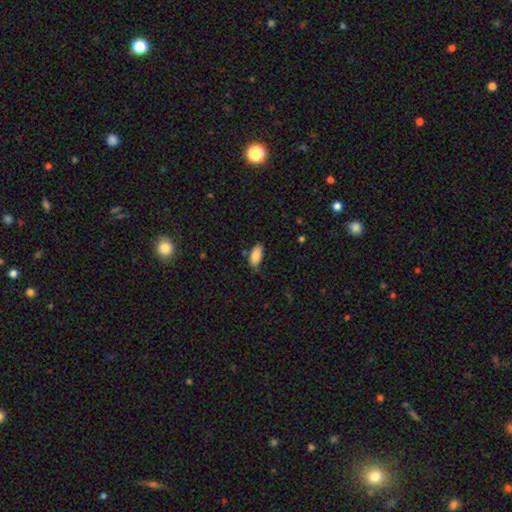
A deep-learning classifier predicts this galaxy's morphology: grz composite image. It shows a smooth galaxy with no disk features (87%) that is in between round and cigar-shaped (91%). Merging: none (69%).